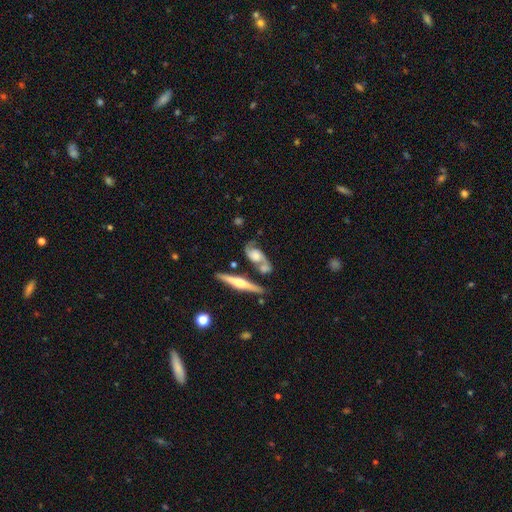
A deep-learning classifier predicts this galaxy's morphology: A featured or disk galaxy (81%) with no bar (69%), 2 (89%) medium (48%) spiral arms (93%) and a moderate central bulge (40%).

Vote fractions:
- Smooth or featured? featured or disk: 81% / smooth: 14% / star or artifact: 5%
- Edge-on disk? no: 73% / yes: 27%
- Bar? no: 69% / weak: 25% / strong: 6%
- Spiral arms? yes: 93% / no: 7%
- Spiral winding? medium: 48% / loose: 31% / tight: 21%
- Spiral arm count? 2: 89% / can't tell: 5% / 1: 3% / 3: 2% / 4: 1% / more than 4: 1%
- Bulge size? moderate: 40% / large: 32% / small: 16% / none: 9% / dominant: 4%
- Merging? none: 52% / merger: 24% / minor disturbance: 17% / major disturbance: 8%